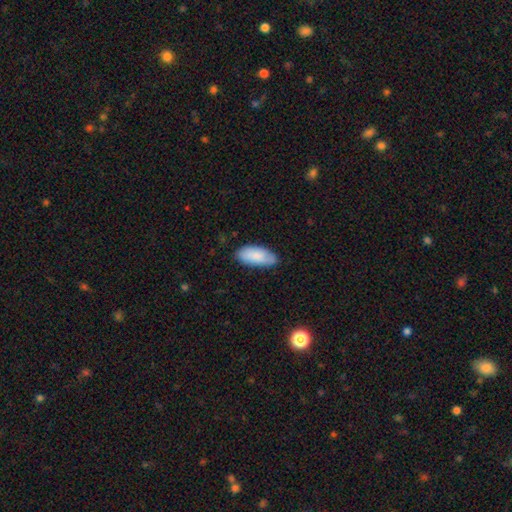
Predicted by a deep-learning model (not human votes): Smooth or featured: smooth — 84% (featured or disk — 10%)
How rounded: in between — 89% (cigar-shaped — 9%)
Merging: none — 77% (minor disturbance — 19%)